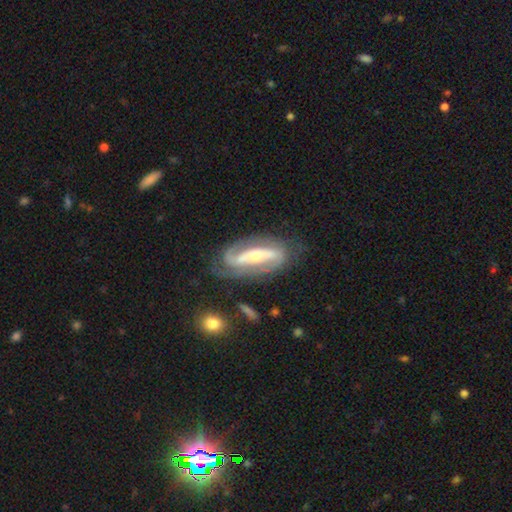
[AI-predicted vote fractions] smooth_or_featured: featured or disk (p=0.86) [alt: smooth p=0.09]
disk_edge_on: no (p=0.90) [alt: yes p=0.10]
bar: strong (p=0.60) [alt: weak p=0.21]
has_spiral_arms: yes (p=0.92) [alt: no p=0.08]
spiral_winding: medium (p=0.43) [alt: tight p=0.36]
spiral_arm_count: 2 (p=0.84) [alt: can't tell p=0.06]
bulge_size: moderate (p=0.54) [alt: small p=0.38]
merging: none (p=0.70) [alt: minor disturbance p=0.17]